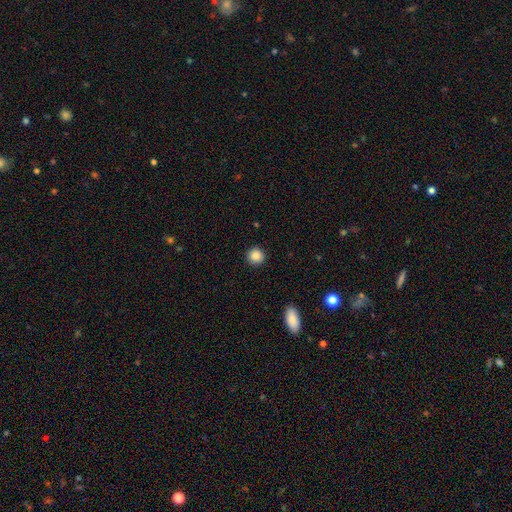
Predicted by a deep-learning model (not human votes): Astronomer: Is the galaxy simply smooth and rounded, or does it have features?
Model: smooth — 87%.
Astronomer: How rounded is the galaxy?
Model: round — 94%.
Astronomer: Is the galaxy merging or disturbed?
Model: none — 92%.